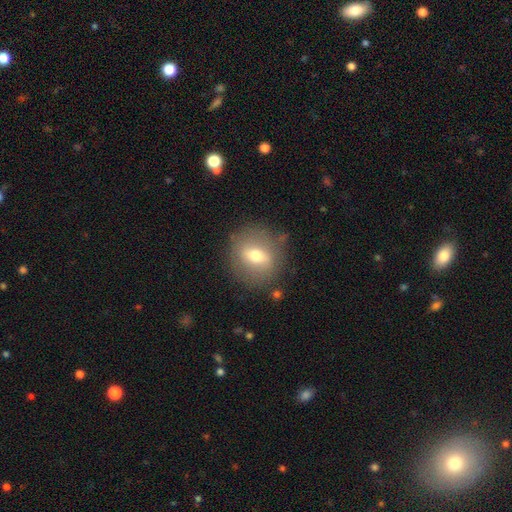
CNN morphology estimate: Smooth or featured: smooth — 58% (featured or disk — 32%)
How rounded: round — 75% (in between — 23%)
Merging: none — 82% (minor disturbance — 11%)